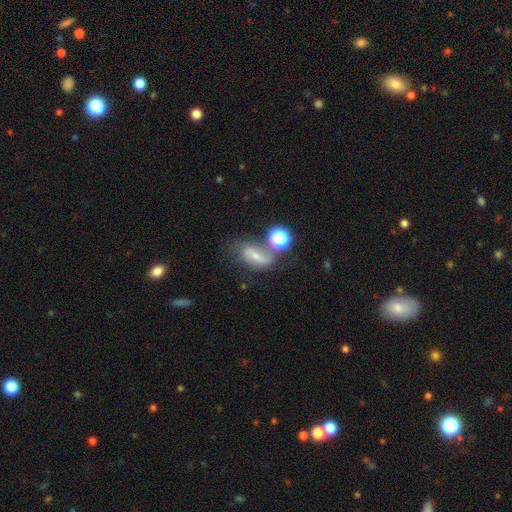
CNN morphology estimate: This appears to be a smooth galaxy with no disk features (46%). Merging: none (44%).